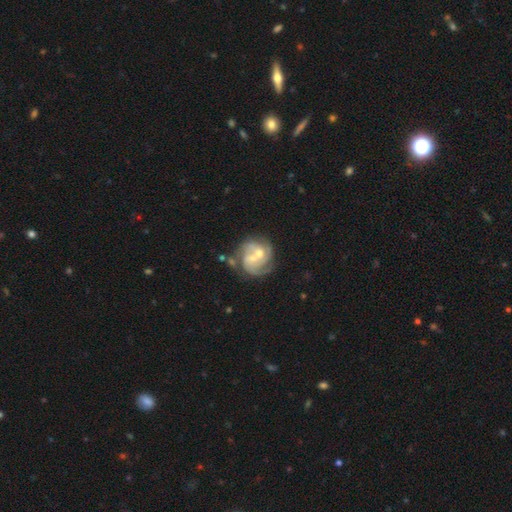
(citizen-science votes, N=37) Smooth or featured? featured or disk (78%)
Edge-on disk? no (100%)
Bar? no (76%)
Spiral arms? yes (97%)
Spiral winding? tight (43%)
Spiral arm count? 2 (43%)
Bulge size? moderate (66%)
Merging? merger (65%)